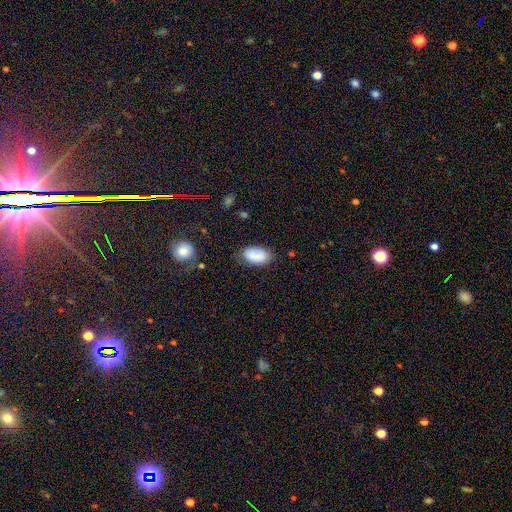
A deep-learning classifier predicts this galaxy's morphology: A smooth galaxy with no disk features (83%) that is in between round and cigar-shaped (93%). Merging: none (70%).